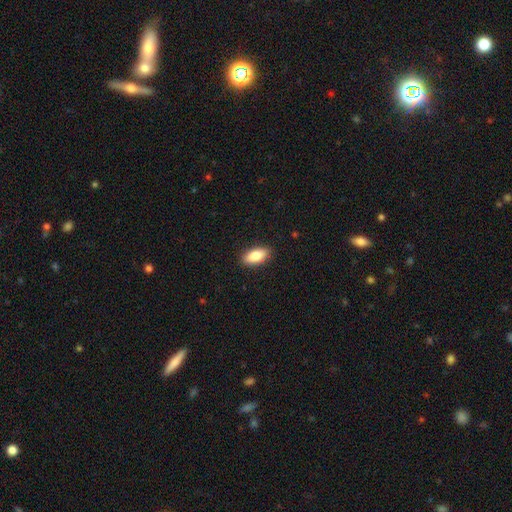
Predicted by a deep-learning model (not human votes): The model was most divided on "smooth or featured": smooth: 84%, featured or disk: 10%, star or artifact: 6%. More confident: merging — none (89%); how rounded — in between (87%).